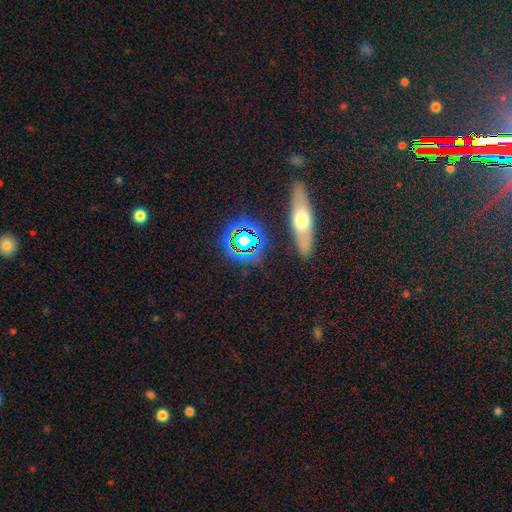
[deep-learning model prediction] Smooth or featured: featured or disk — 36% (star or artifact — 33%)
Merging: none — 83% (minor disturbance — 9%)